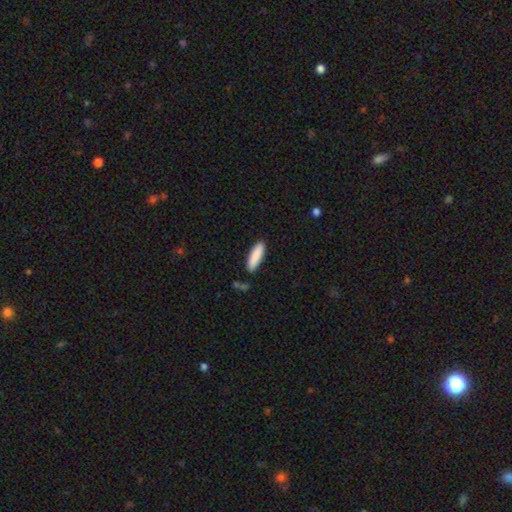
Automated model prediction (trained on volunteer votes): The model was most divided on "how rounded": cigar-shaped: 60%, in between: 39%, round: 1%. More confident: smooth or featured — smooth (88%); merging — none (85%).